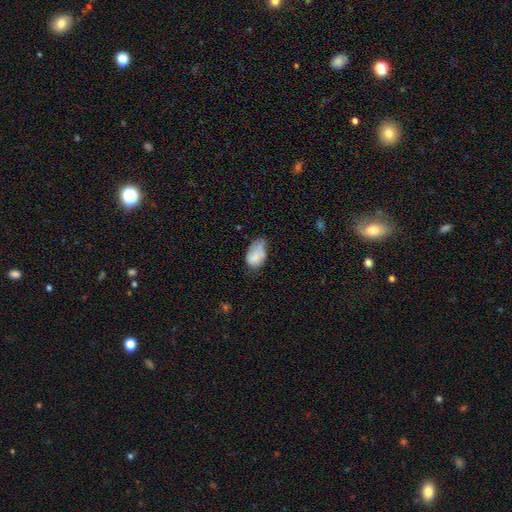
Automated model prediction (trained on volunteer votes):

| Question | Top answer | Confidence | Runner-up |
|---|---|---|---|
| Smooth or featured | smooth | 74% | featured or disk (17%) |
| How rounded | in between | 90% | round (9%) |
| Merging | minor disturbance | 42% | none (34%) |